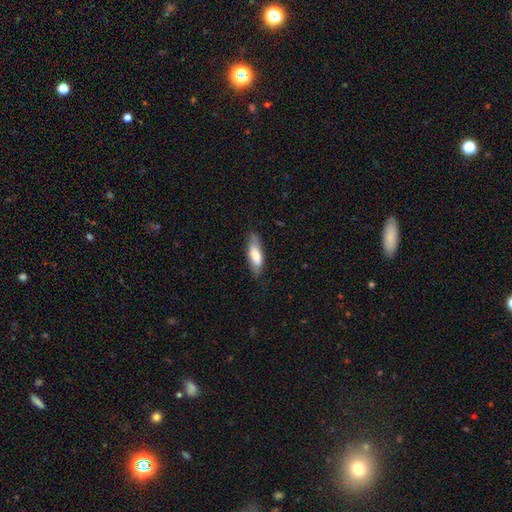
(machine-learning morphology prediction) This appears to be a smooth galaxy with no disk features (74%) that is in between round and cigar-shaped (55%). Merging: none (72%).